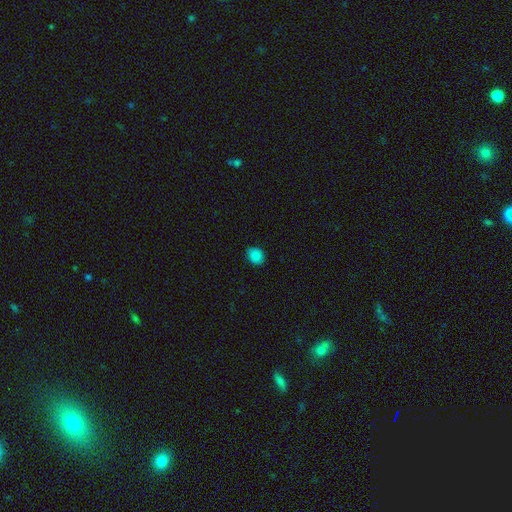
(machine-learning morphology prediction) smooth 85%, star or artifact 11%, featured or disk 4%. Down the decision tree: how rounded — round (64%); merging — none (84%).